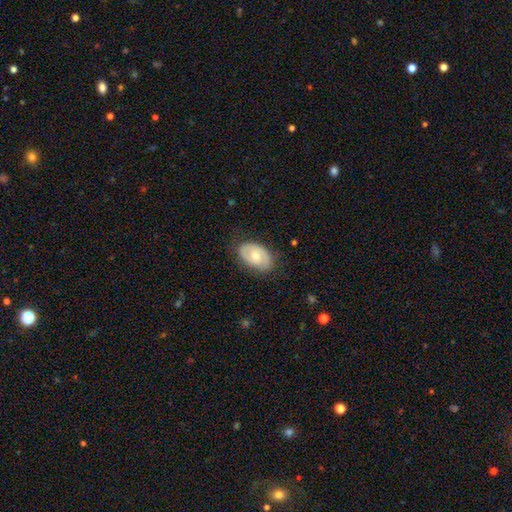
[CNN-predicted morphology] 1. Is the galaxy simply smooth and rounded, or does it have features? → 56% smooth, 38% featured or disk, 6% star or artifact.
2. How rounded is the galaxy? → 89% in between, 10% round, 1% cigar-shaped.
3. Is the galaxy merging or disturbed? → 76% none, 18% minor disturbance, 5% major disturbance, 1% merger.